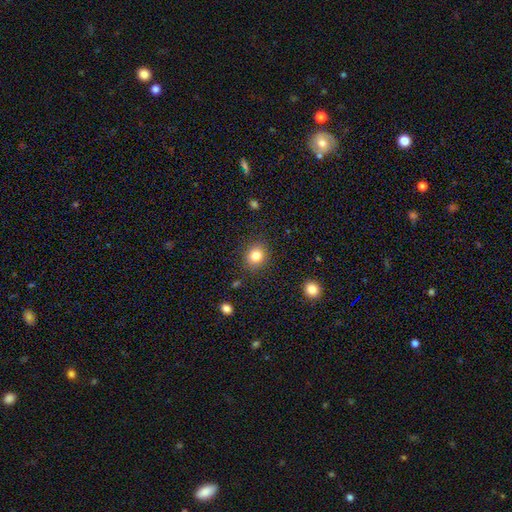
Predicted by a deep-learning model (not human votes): Overall: smooth (82%). How rounded: round (76%). Merging: none (88%).